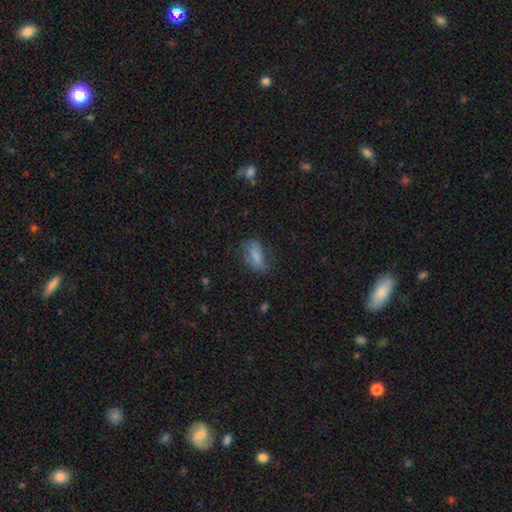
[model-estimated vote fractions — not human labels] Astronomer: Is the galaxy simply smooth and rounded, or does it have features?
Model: smooth — 77%.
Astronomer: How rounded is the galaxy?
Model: in between — 83%.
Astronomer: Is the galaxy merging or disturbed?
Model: none — 61%.